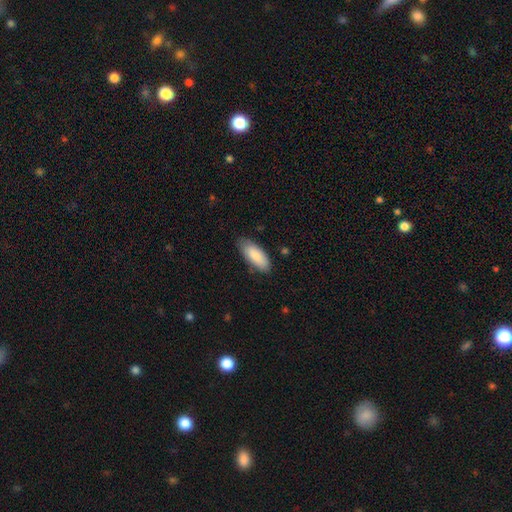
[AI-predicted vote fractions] This is clearly a smooth galaxy (85%). How rounded: clearly in between (82%). Merging: likely none (79%).